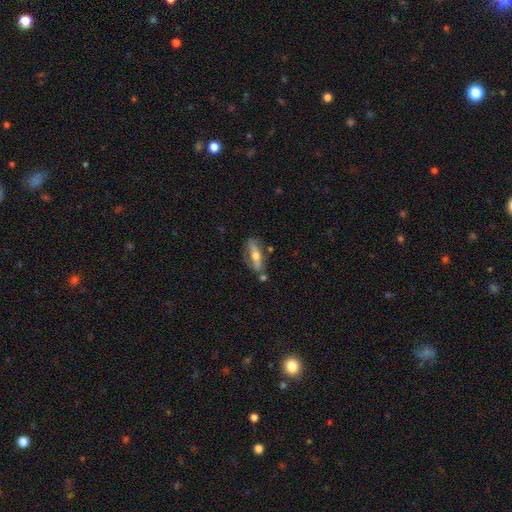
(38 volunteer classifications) This appears to be a featured or disk galaxy (58%) viewed edge-on (68%) with a rounded central bulge (93%). Merging: none (49%).